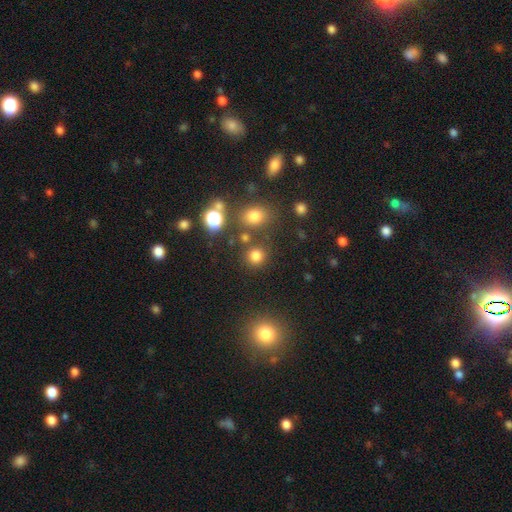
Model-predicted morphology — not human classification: Smooth or featured?
  - smooth: 75% *
  - star or artifact: 20%
  - featured or disk: 6%
How rounded?
  - round: 88% *
  - in between: 11%
  - cigar-shaped: 1%
Merging?
  - none: 79% *
  - minor disturbance: 9%
  - merger: 8%
  - major disturbance: 4%